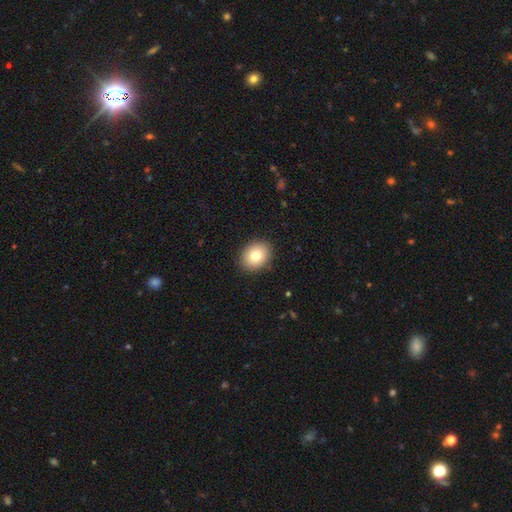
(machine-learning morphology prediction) A smooth galaxy with no disk features (79%) that is round (56%).

Vote fractions:
- Smooth or featured? smooth: 79% / featured or disk: 11% / star or artifact: 10%
- How rounded? round: 56% / in between: 43% / cigar-shaped: 1%
- Merging? none: 89% / minor disturbance: 8% / major disturbance: 2% / merger: 1%